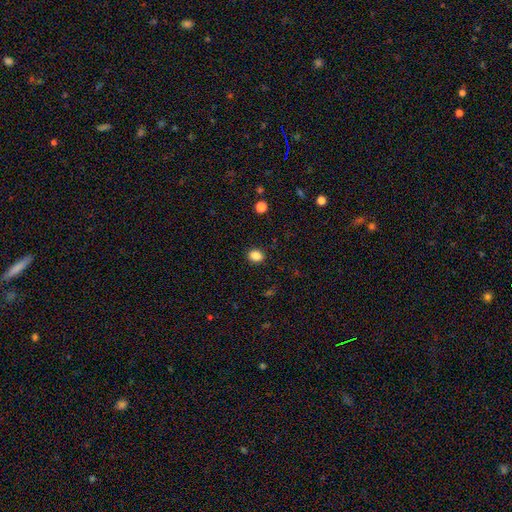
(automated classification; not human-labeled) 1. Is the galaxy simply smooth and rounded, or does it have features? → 86% smooth, 10% star or artifact, 4% featured or disk.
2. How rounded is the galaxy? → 50% round, 49% in between, 1% cigar-shaped.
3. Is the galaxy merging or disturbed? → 89% none, 7% minor disturbance, 2% major disturbance, 1% merger.